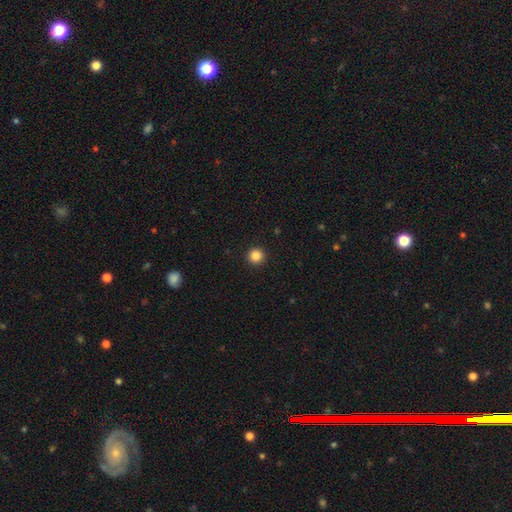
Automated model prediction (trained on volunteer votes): Overall: smooth (85%). How rounded: round (96%). Merging: none (93%).